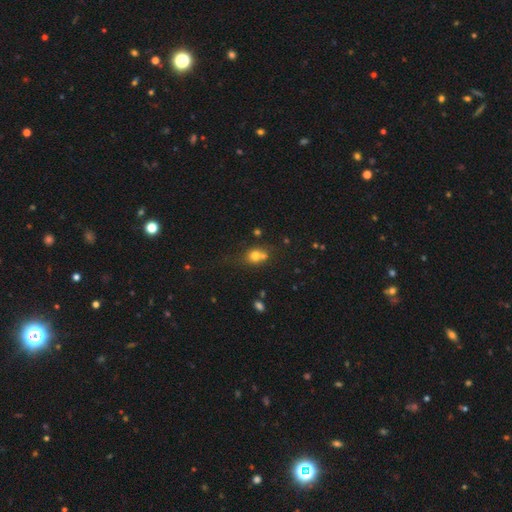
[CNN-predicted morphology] Overall: smooth (72%). How rounded: round (68%; in between 30%). Merging: none (43%; merger 38%).